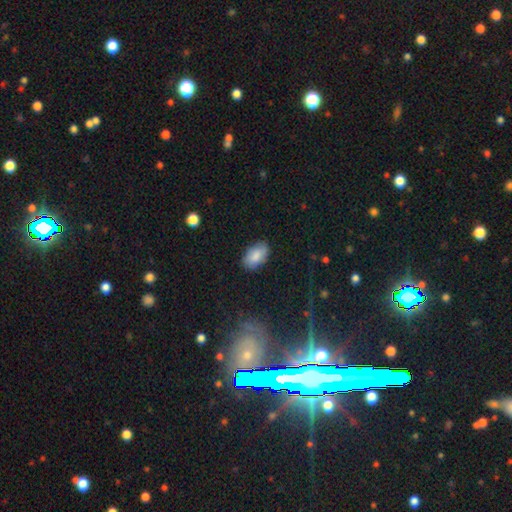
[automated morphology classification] Smooth or featured?
  - smooth: 84% *
  - featured or disk: 9%
  - star or artifact: 7%
How rounded?
  - in between: 94% *
  - round: 5%
  - cigar-shaped: 2%
Merging?
  - none: 78% *
  - minor disturbance: 18%
  - major disturbance: 3%
  - merger: 1%